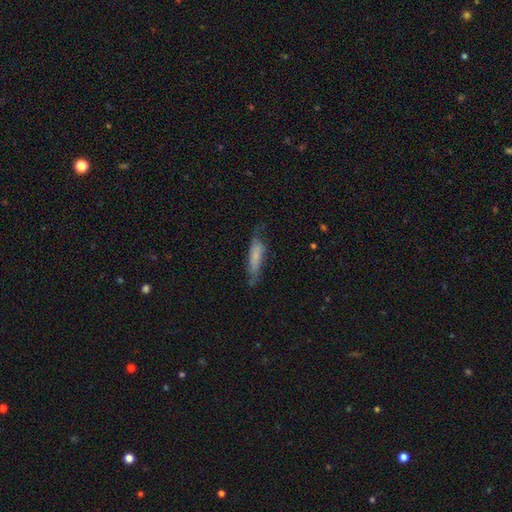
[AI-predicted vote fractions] Smooth or featured?
  - smooth: 52% *
  - featured or disk: 40%
  - star or artifact: 8%
How rounded?
  - cigar-shaped: 71% *
  - in between: 27%
  - round: 2%
Merging?
  - none: 60% *
  - minor disturbance: 26%
  - major disturbance: 11%
  - merger: 2%